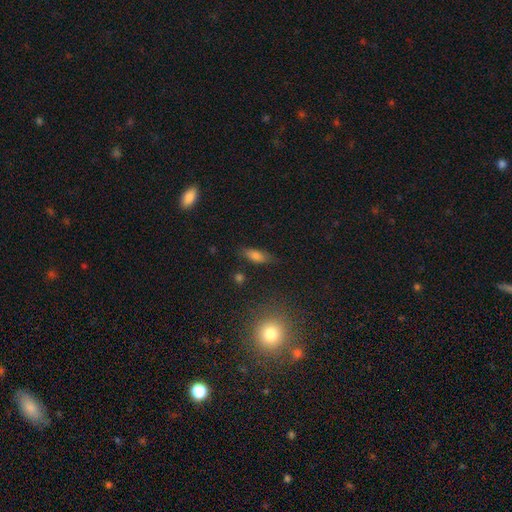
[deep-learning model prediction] This is likely a smooth galaxy (73%). How rounded: likely in between (65%). Merging: likely none (77%).